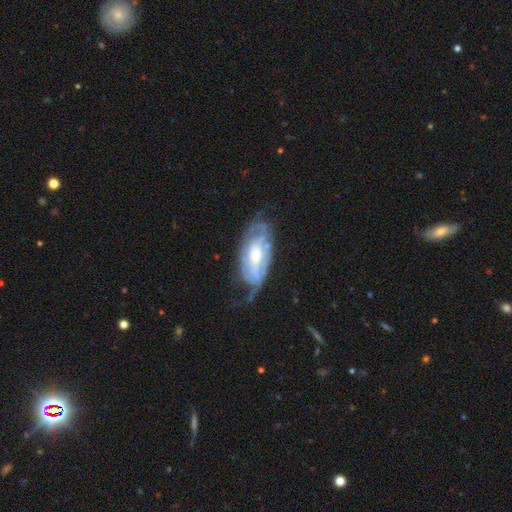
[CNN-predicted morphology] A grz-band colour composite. It shows a featured or disk galaxy (76%) with no bar (56%), tight (55%) spiral arms (82%) and a moderate central bulge (55%). Merging: none (47%).